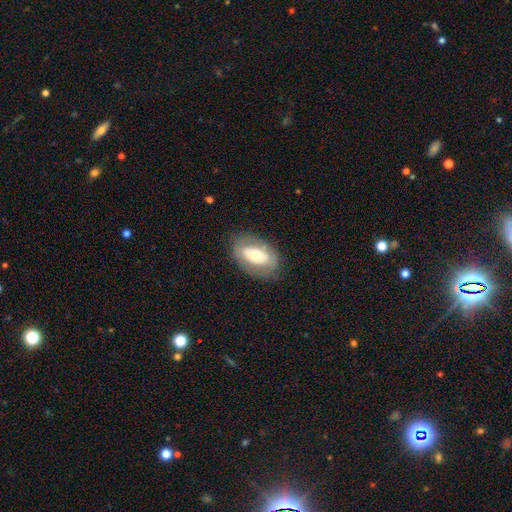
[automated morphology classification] Overall: smooth (49%; featured or disk 44%). Merging: none (77%).